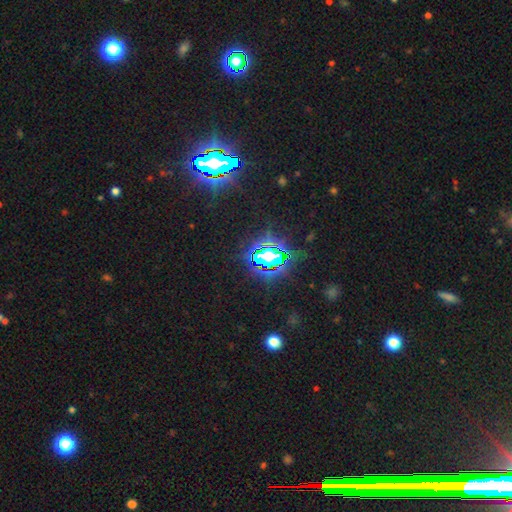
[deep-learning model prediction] Smooth or featured?
  - star or artifact: 82% *
  - smooth: 11%
  - featured or disk: 7%